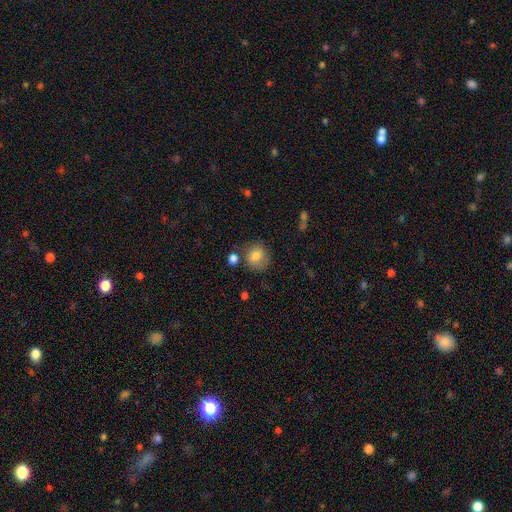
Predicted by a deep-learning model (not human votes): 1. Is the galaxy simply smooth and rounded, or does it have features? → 78% smooth, 12% featured or disk, 9% star or artifact.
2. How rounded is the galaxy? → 75% round, 24% in between, 1% cigar-shaped.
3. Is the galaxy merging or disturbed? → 66% none, 18% minor disturbance, 9% merger, 6% major disturbance.